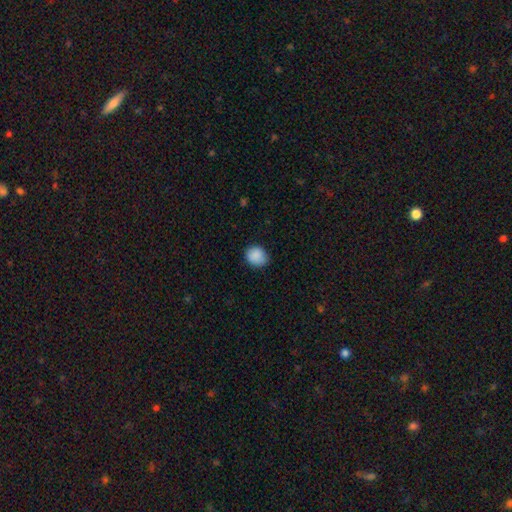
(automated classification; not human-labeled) smooth 89%, star or artifact 8%, featured or disk 3%. Down the decision tree: how rounded — round (70%); merging — none (80%).